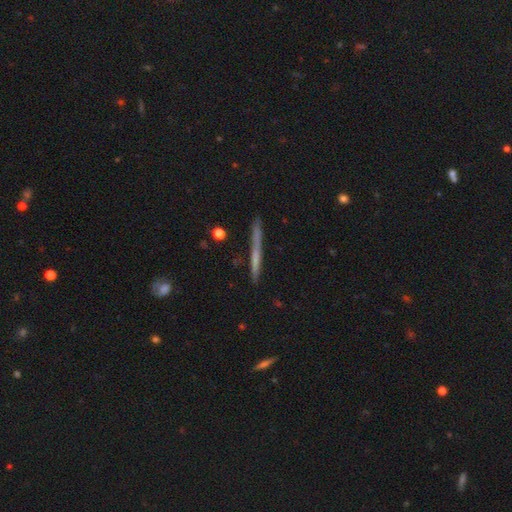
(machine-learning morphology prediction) smooth_or_featured: featured or disk (p=0.47) [alt: smooth p=0.46]
merging: none (p=0.87) [alt: minor disturbance p=0.10]